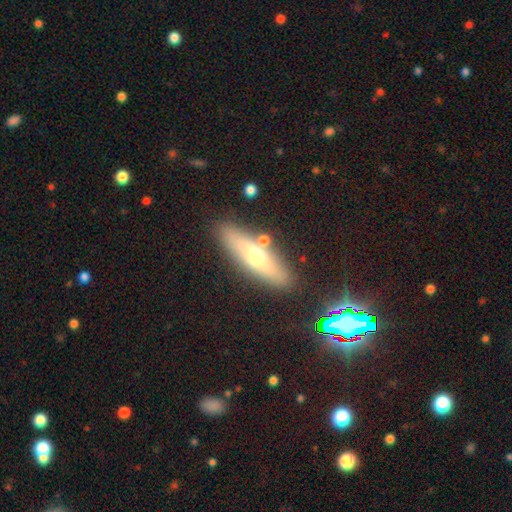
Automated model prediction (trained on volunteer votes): This is possibly a smooth galaxy (48%). Merging: clearly none (82%).